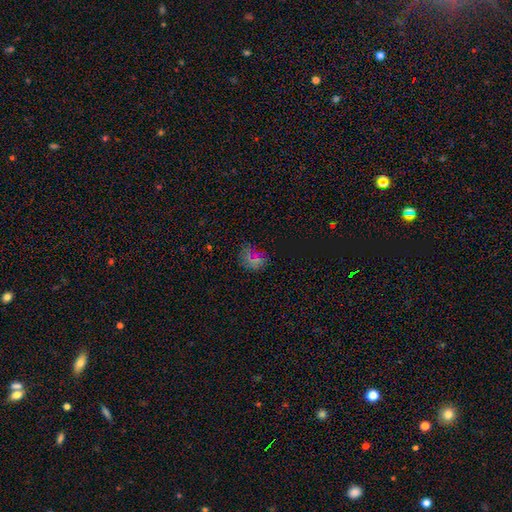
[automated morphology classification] Smooth or featured: smooth — 53% (star or artifact — 38%)
How rounded: round — 68% (in between — 31%)
Merging: none — 77% (minor disturbance — 14%)